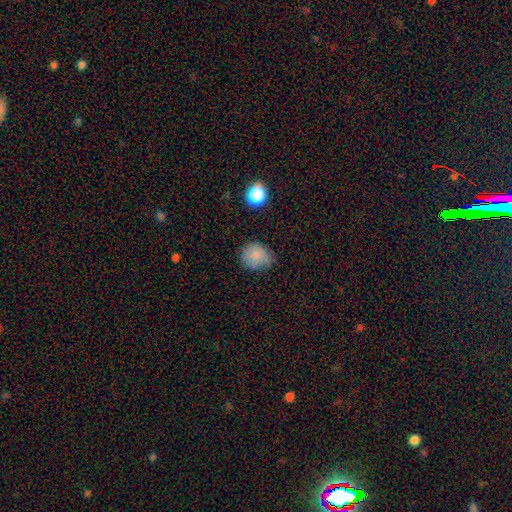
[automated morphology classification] smooth_or_featured: smooth (p=0.82) [alt: star or artifact p=0.10]
how_rounded: round (p=0.75) [alt: in between p=0.24]
merging: none (p=0.65) [alt: minor disturbance p=0.27]